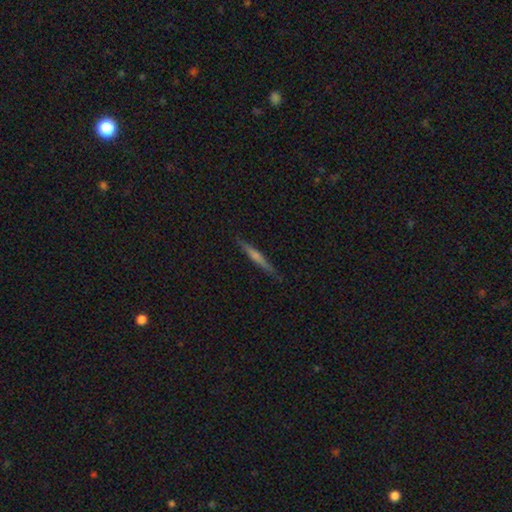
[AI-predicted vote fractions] Smooth or featured: featured or disk — 51% (smooth — 42%)
Edge-on disk: yes — 97% (no — 3%)
Merging: none — 89% (minor disturbance — 8%)